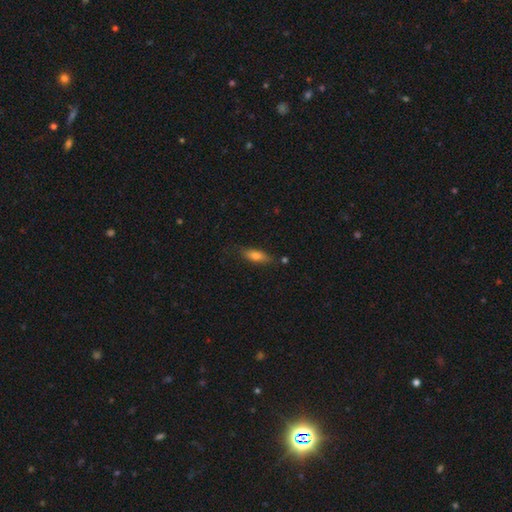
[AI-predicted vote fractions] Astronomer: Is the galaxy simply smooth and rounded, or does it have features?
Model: smooth — 72%.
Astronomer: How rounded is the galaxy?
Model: in between — 58% (runner-up: cigar-shaped, 39%).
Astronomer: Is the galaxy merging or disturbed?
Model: none — 76%.